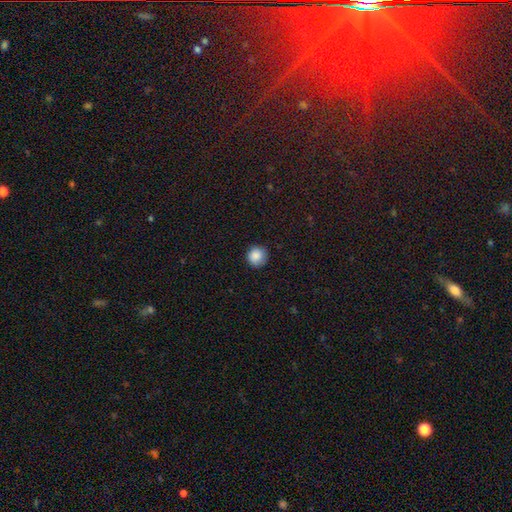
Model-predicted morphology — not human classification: smooth_or_featured: smooth (p=0.87) [alt: star or artifact p=0.09]
how_rounded: round (p=0.93) [alt: in between p=0.06]
merging: none (p=0.87) [alt: minor disturbance p=0.10]